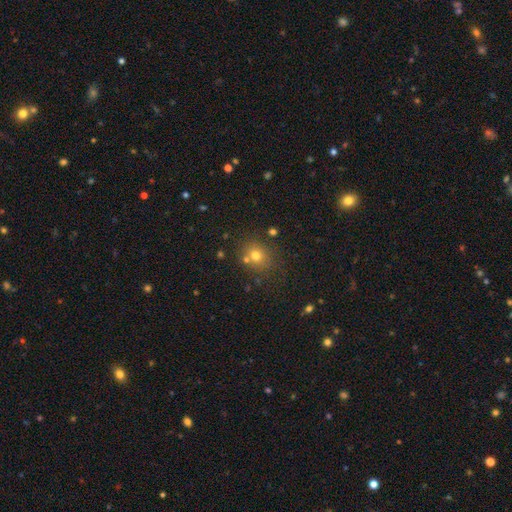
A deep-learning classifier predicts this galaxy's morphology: smooth 71%, star or artifact 18%, featured or disk 11%. Down the decision tree: how rounded — round (76%); merging — none (71%).